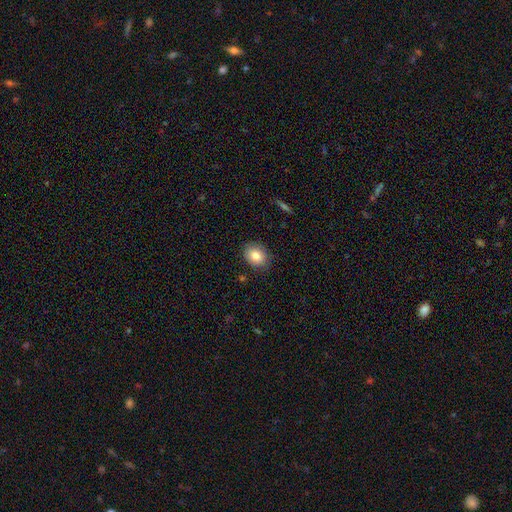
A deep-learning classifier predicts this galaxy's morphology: smooth 83%, featured or disk 9%, star or artifact 8%. Down the decision tree: how rounded — in between (54%); merging — none (85%).